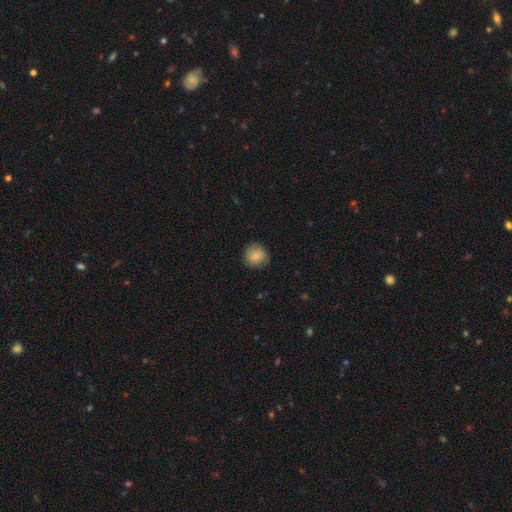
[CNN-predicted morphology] smooth-or-featured: smooth: 82% | featured or disk: 10% | star or artifact: 8%
  how-rounded: round: 87% | in between: 12% | cigar-shaped: 1%
  merging: none: 81% | minor disturbance: 14% | major disturbance: 3% | merger: 1%